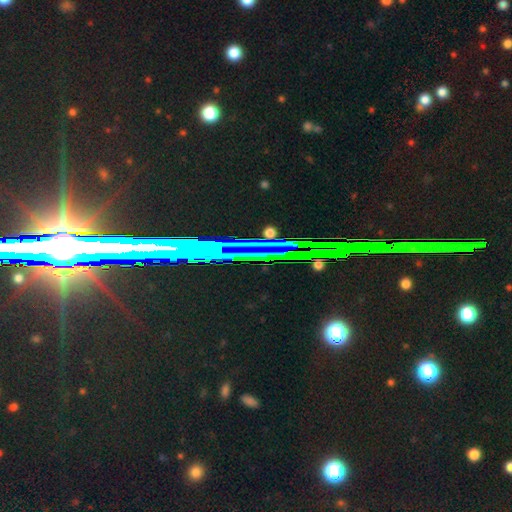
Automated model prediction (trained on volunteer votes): Smooth or featured?
  - star or artifact: 81% *
  - featured or disk: 10%
  - smooth: 8%